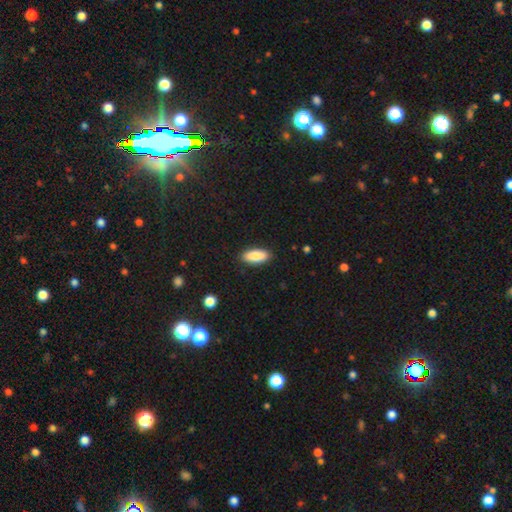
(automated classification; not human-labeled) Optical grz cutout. It shows a smooth galaxy with no disk features (86%) that is in between round and cigar-shaped (83%). Merging: none (89%).